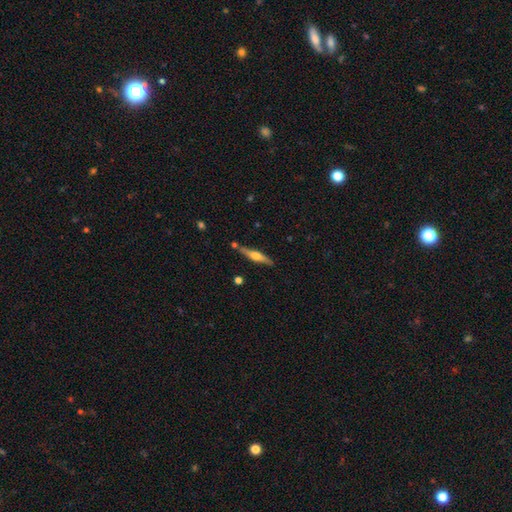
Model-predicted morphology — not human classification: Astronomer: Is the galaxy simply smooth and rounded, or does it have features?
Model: featured or disk — 57% (runner-up: smooth, 37%).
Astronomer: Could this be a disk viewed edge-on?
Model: yes — 95%.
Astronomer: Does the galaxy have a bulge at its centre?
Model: rounded — 86%.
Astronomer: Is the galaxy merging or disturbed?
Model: none — 79%.